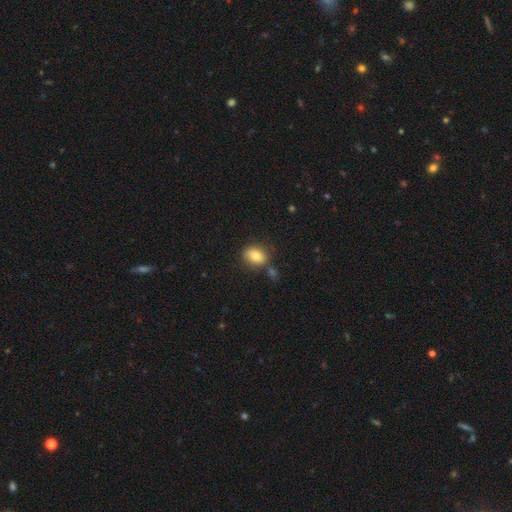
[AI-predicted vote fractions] smooth_or_featured: smooth (p=0.83) [alt: star or artifact p=0.09]
how_rounded: in between (p=0.70) [alt: round p=0.29]
merging: none (p=0.69) [alt: minor disturbance p=0.15]